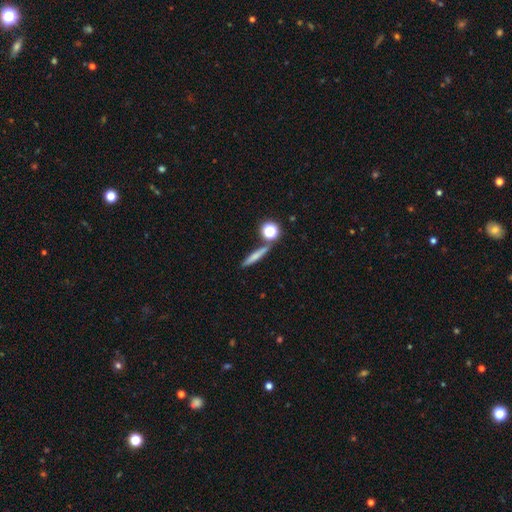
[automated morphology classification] A smooth galaxy with no disk features (65%) that is cigar-shaped (78%). Merging: none (77%).